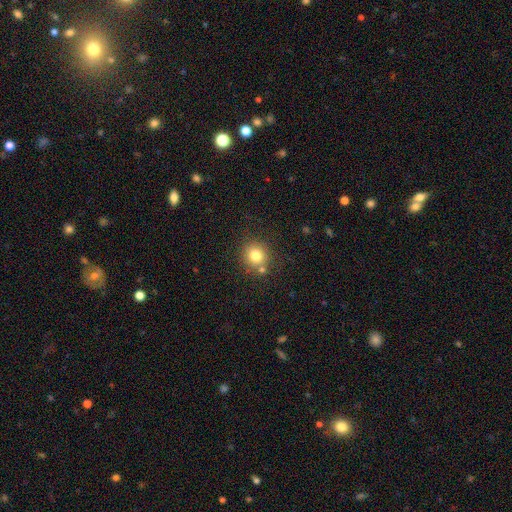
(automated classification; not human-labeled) Smooth or featured?
  - smooth: 78% *
  - star or artifact: 13%
  - featured or disk: 9%
How rounded?
  - round: 90% *
  - in between: 9%
  - cigar-shaped: 1%
Merging?
  - none: 75% *
  - merger: 12%
  - minor disturbance: 10%
  - major disturbance: 3%